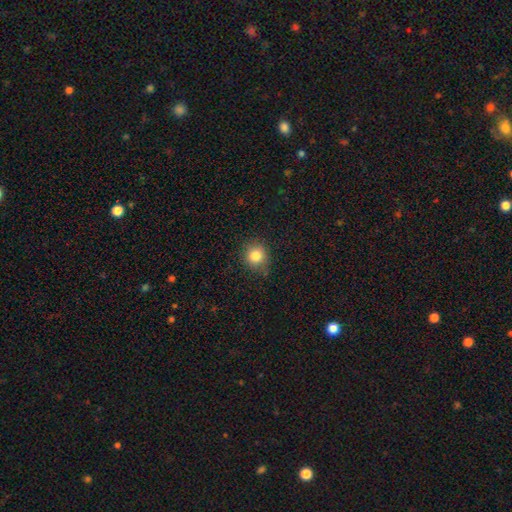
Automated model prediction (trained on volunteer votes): A smooth galaxy with no disk features (83%) that is round (84%). Merging: none (80%).